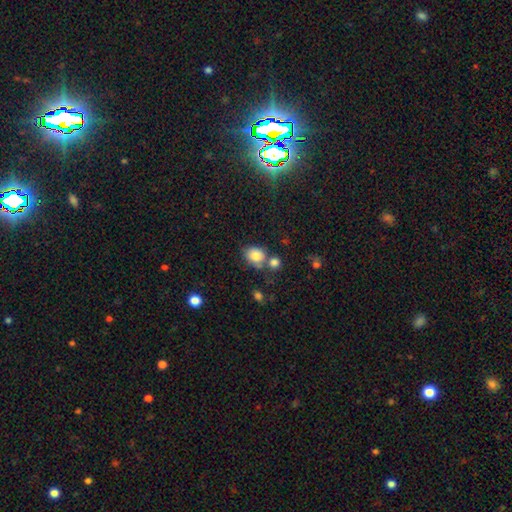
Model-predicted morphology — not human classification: Smooth or featured? Predicted: smooth (p=0.81). How rounded? Predicted: round (p=0.58). Merging? Predicted: none (p=0.55).